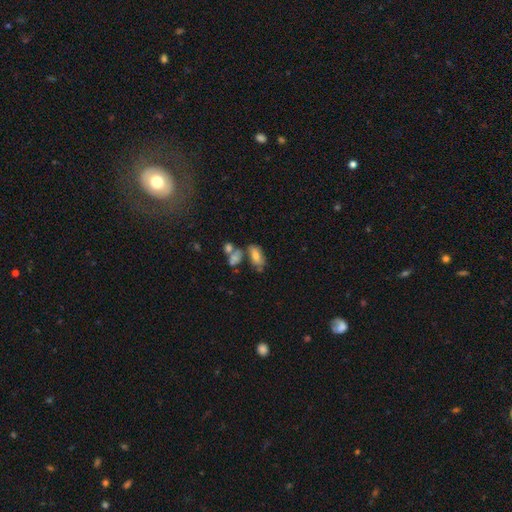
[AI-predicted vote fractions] The model was most divided on "merging": none: 44%, merger: 27%, minor disturbance: 20%, major disturbance: 9%. More confident: how rounded — in between (88%); smooth or featured — smooth (68%).